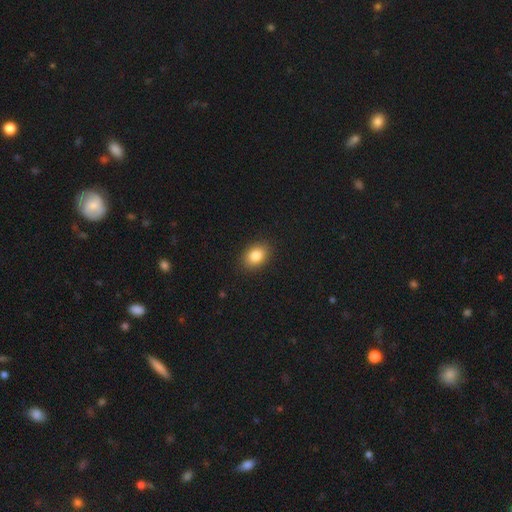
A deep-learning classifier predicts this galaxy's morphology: A smooth galaxy with no disk features (85%) that is in between round and cigar-shaped (73%). Merging: none (89%).